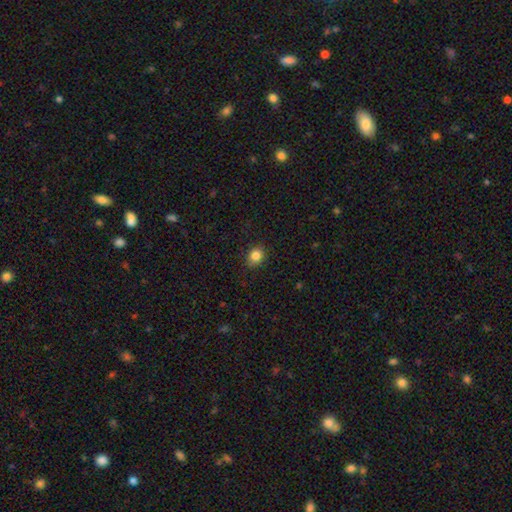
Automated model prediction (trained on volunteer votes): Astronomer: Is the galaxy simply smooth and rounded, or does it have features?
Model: smooth — 85%.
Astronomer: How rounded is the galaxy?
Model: round — 73%.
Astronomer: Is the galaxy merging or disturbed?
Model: none — 86%.